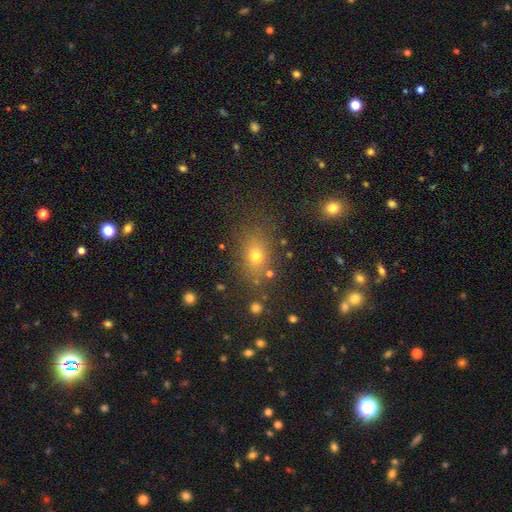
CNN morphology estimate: type=smooth (68%); roundness=in between (64%); merging=none (78%).